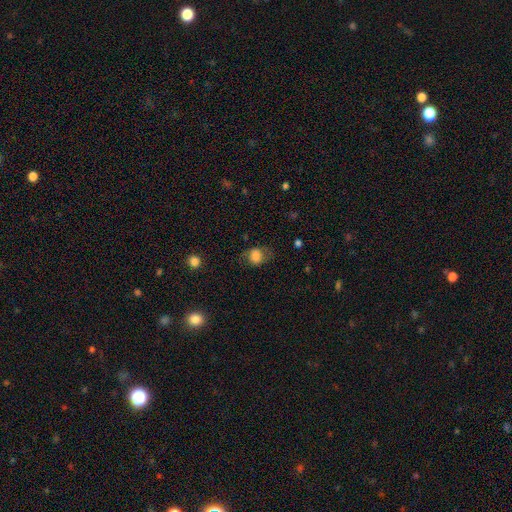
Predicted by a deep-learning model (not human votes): Q: Smooth or featured?
A: smooth (75%); runner-up: featured or disk (15%)
Q: How rounded?
A: in between (53%); runner-up: round (46%)
Q: Merging?
A: none (55%); runner-up: minor disturbance (25%)